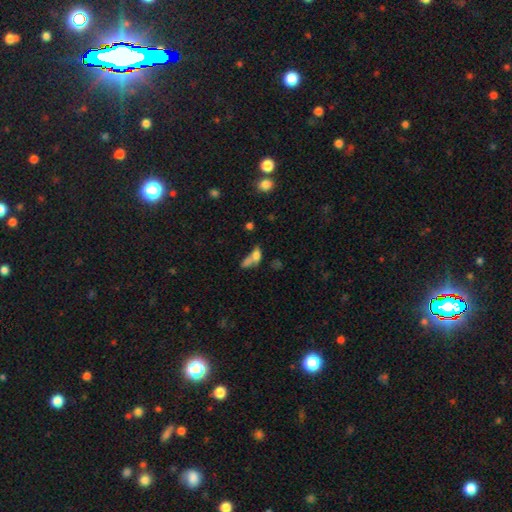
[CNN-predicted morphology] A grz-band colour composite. It shows a smooth galaxy with no disk features (61%) that is in between round and cigar-shaped (64%). Merging: merger (42%).